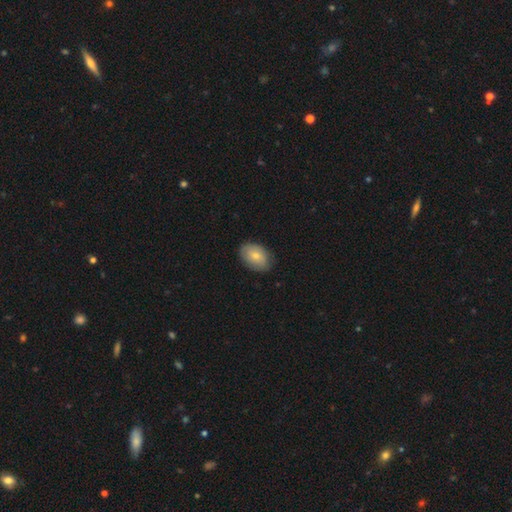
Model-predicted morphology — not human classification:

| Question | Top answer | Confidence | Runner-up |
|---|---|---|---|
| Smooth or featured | smooth | 76% | featured or disk (18%) |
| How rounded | in between | 86% | round (13%) |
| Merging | none | 82% | minor disturbance (15%) |